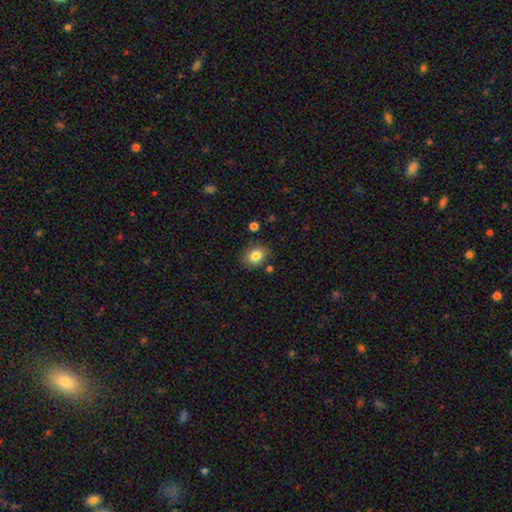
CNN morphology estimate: Overall: smooth (83%). How rounded: in between (53%; round 46%). Merging: none (81%).